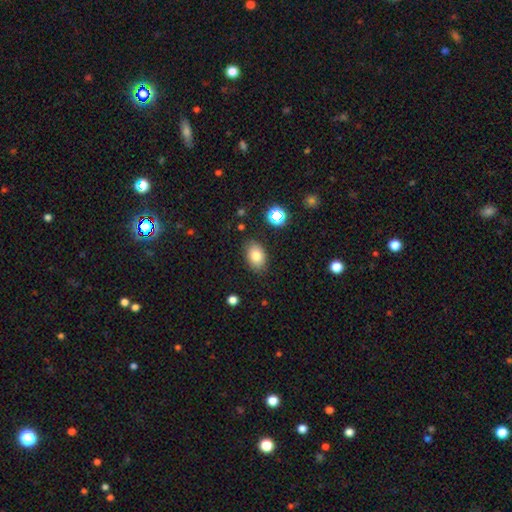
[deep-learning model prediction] Q: Smooth or featured?
A: smooth (80%); runner-up: star or artifact (11%)
Q: How rounded?
A: in between (82%); runner-up: round (16%)
Q: Merging?
A: none (84%); runner-up: minor disturbance (11%)